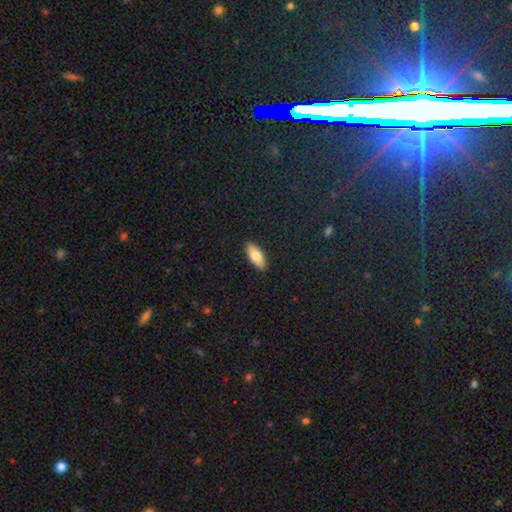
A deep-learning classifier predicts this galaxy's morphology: Smooth or featured? Predicted: smooth (p=0.77). How rounded? Predicted: in between (p=0.78). Merging? Predicted: none (p=0.90).